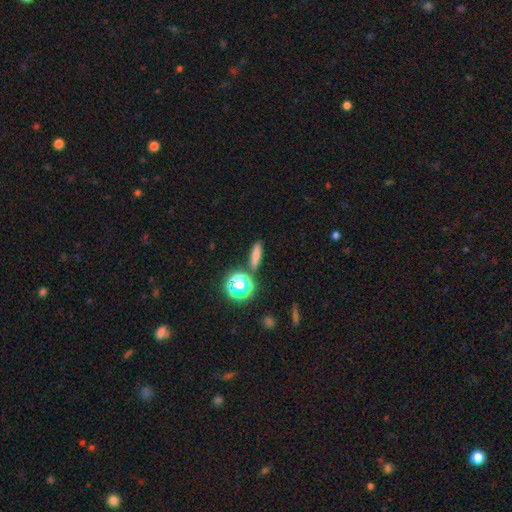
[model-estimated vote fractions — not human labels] The model was most divided on "how rounded": cigar-shaped: 56%, in between: 26%, round: 18%. More confident: merging — none (82%); smooth or featured — smooth (72%).